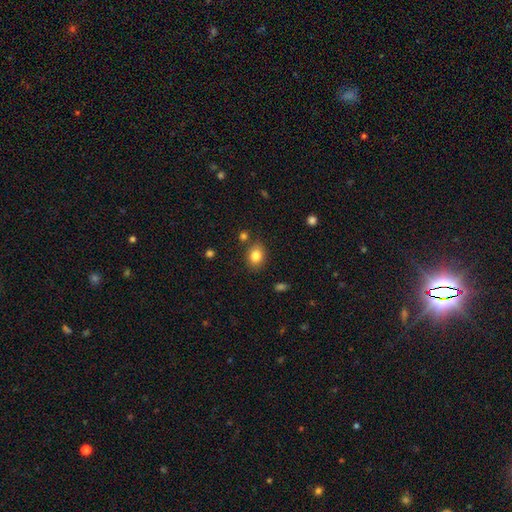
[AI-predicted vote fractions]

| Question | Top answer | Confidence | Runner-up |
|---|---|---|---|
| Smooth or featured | smooth | 83% | star or artifact (10%) |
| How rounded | in between | 60% | round (39%) |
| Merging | none | 82% | minor disturbance (11%) |